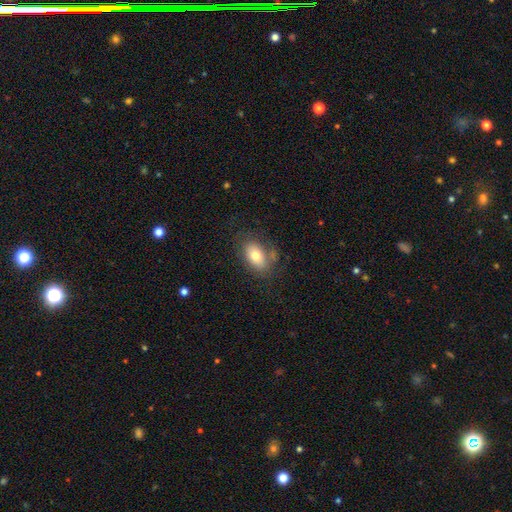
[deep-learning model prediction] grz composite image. It shows a smooth galaxy with no disk features (74%) that is in between round and cigar-shaped (87%). Merging: none (66%).